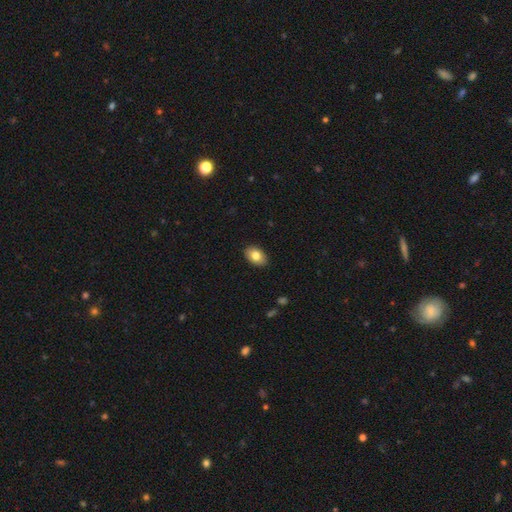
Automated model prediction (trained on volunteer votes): Smooth or featured?
  - smooth: 81% *
  - featured or disk: 11%
  - star or artifact: 7%
How rounded?
  - in between: 86% *
  - round: 13%
  - cigar-shaped: 1%
Merging?
  - none: 88% *
  - minor disturbance: 9%
  - major disturbance: 2%
  - merger: 1%